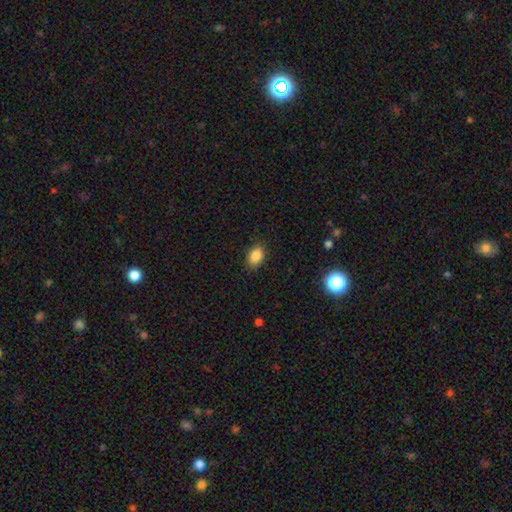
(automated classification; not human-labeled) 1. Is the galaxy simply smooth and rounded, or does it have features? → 86% smooth, 9% star or artifact, 5% featured or disk.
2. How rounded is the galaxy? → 85% in between, 14% round, 1% cigar-shaped.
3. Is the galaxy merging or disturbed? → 87% none, 10% minor disturbance, 2% major disturbance, 1% merger.